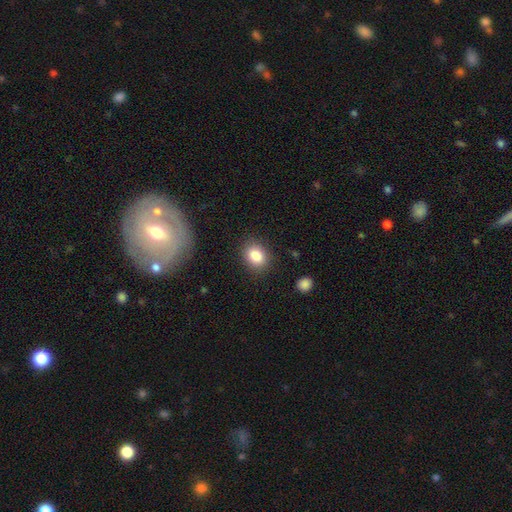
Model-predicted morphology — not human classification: Smooth or featured?
  - smooth: 84% *
  - star or artifact: 9%
  - featured or disk: 7%
How rounded?
  - in between: 51% *
  - round: 48%
  - cigar-shaped: 1%
Merging?
  - none: 86% *
  - minor disturbance: 10%
  - major disturbance: 3%
  - merger: 2%